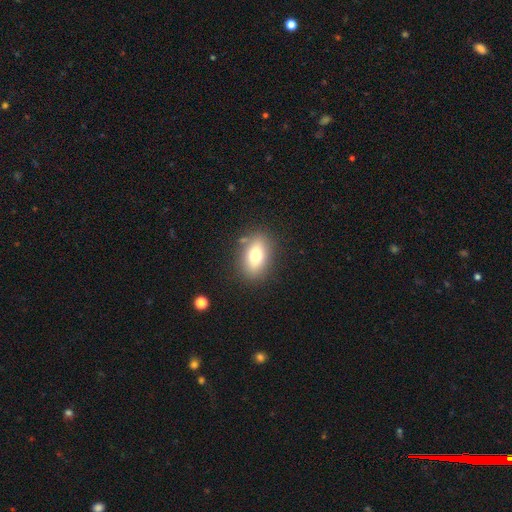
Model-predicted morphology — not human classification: smooth-or-featured: smooth: 72% | featured or disk: 18% | star or artifact: 10%
  how-rounded: in between: 81% | round: 14% | cigar-shaped: 4%
  merging: none: 82% | minor disturbance: 11% | major disturbance: 4% | merger: 3%